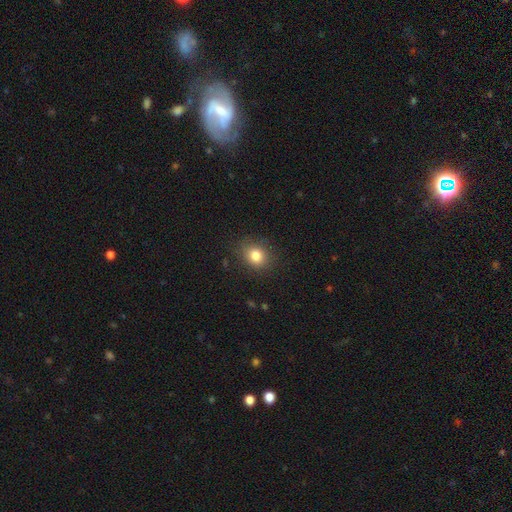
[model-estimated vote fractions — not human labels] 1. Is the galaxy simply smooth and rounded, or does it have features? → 81% smooth, 12% star or artifact, 7% featured or disk.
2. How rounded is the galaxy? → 68% round, 32% in between, 1% cigar-shaped.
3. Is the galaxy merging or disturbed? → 86% none, 10% minor disturbance, 3% major disturbance, 1% merger.